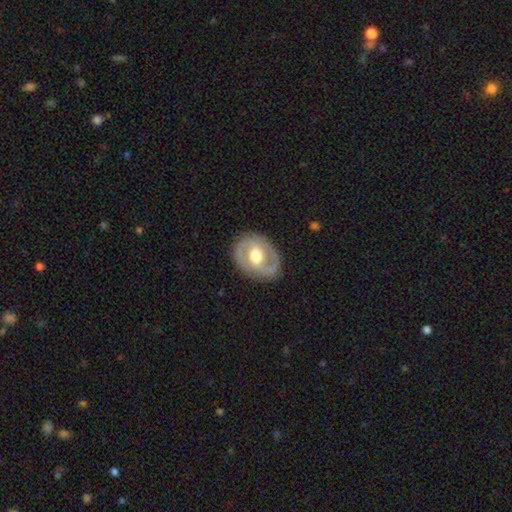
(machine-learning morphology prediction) Smooth or featured? featured or disk (75%)
Edge-on disk? no (96%)
Bar? weak (41%)
Spiral arms? yes (72%)
Spiral winding? medium (46%)
Spiral arm count? 2 (86%)
Bulge size? moderate (72%)
Merging? none (83%)